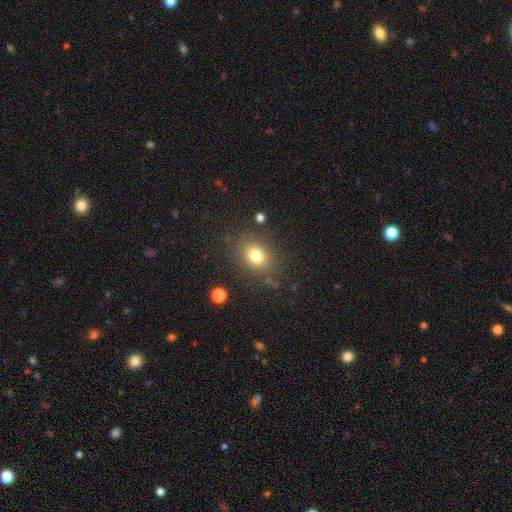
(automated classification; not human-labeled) Smooth or featured? Predicted: smooth (p=0.77). How rounded? Predicted: in between (p=0.50). Merging? Predicted: none (p=0.81).